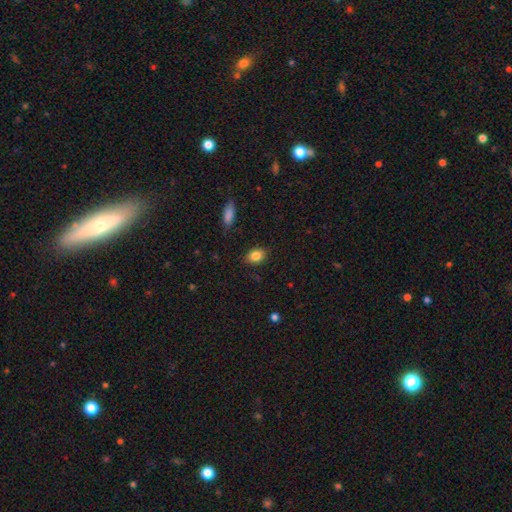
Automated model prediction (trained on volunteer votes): The model was most divided on "how rounded": in between: 72%, round: 27%, cigar-shaped: 2%. More confident: smooth or featured — smooth (85%); merging — none (85%).